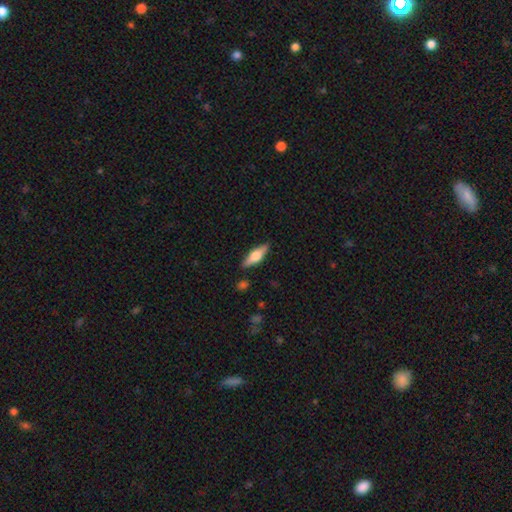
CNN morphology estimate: This appears to be a featured or disk galaxy (51%) viewed edge-on (94%). Merging: none (88%).